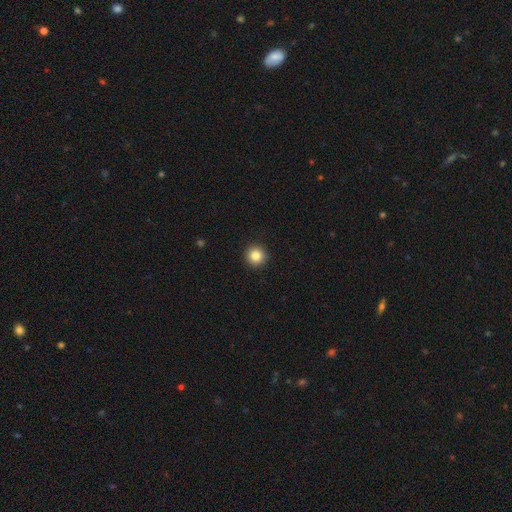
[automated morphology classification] This appears to be a smooth galaxy with no disk features (84%) that is round (96%). Merging: none (93%).